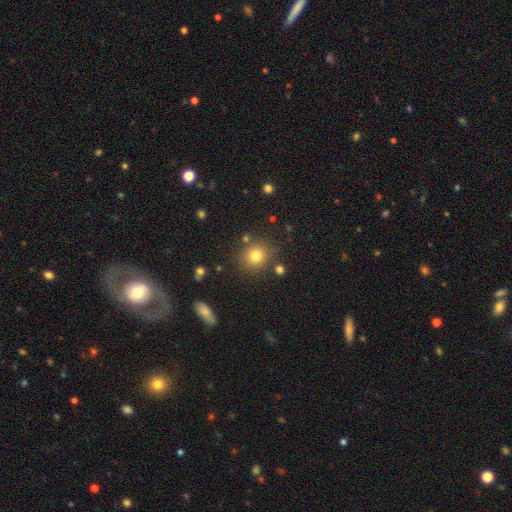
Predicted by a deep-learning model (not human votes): Smooth or featured: smooth — 79% (star or artifact — 14%)
How rounded: round — 85% (in between — 14%)
Merging: none — 82% (minor disturbance — 9%)